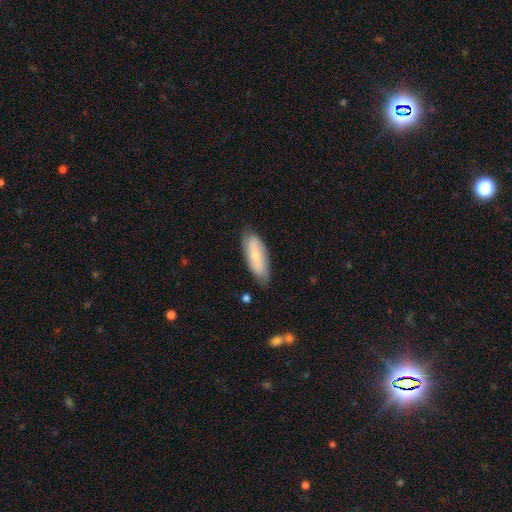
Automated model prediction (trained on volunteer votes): The model was most divided on "smooth or featured": smooth: 56%, featured or disk: 37%, star or artifact: 6%. More confident: merging — none (76%); how rounded — in between (67%).